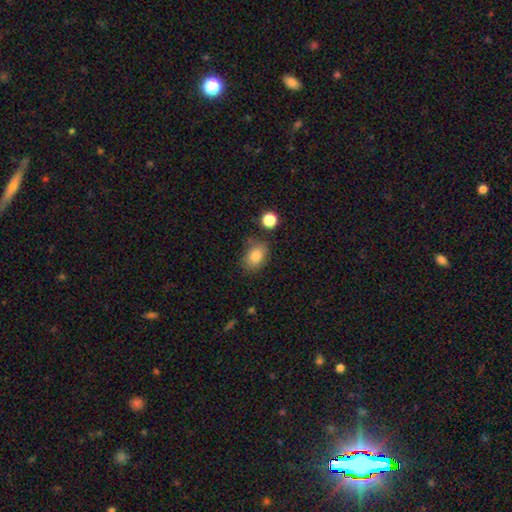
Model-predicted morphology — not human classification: This is clearly a smooth galaxy (83%). How rounded: likely in between (77%). Merging: likely none (72%).